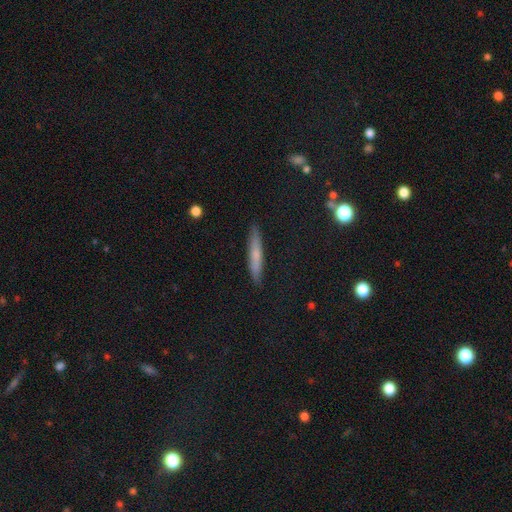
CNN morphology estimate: Smooth or featured? smooth (61%)
How rounded? cigar-shaped (92%)
Merging? none (88%)